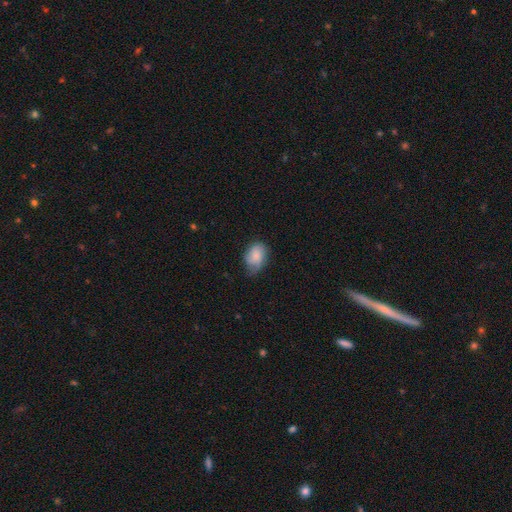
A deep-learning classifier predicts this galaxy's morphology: smooth 76%, featured or disk 17%, star or artifact 7%. Down the decision tree: how rounded — in between (78%); merging — none (50%).